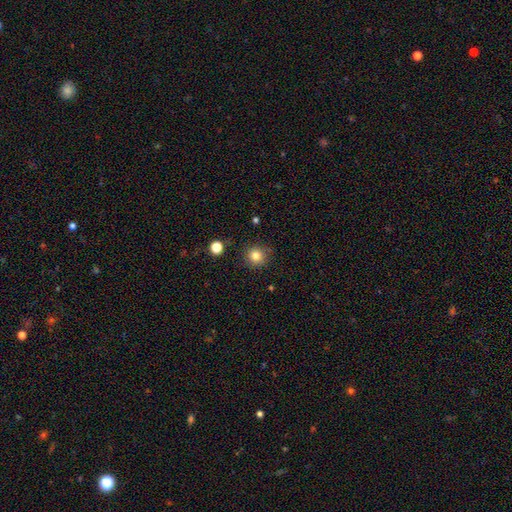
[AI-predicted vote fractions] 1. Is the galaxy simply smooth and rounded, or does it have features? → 82% smooth, 12% star or artifact, 6% featured or disk.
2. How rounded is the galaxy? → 94% round, 5% in between, 1% cigar-shaped.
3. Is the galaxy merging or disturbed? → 88% none, 7% minor disturbance, 2% major disturbance, 2% merger.